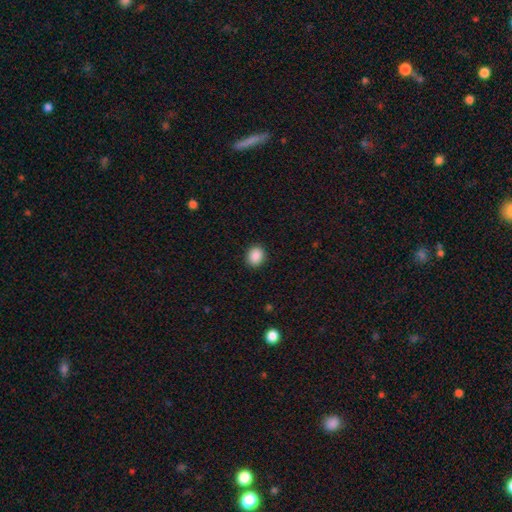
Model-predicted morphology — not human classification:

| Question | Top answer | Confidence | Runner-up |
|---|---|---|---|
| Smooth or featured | smooth | 89% | star or artifact (8%) |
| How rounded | round | 61% | in between (38%) |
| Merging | none | 91% | minor disturbance (6%) |